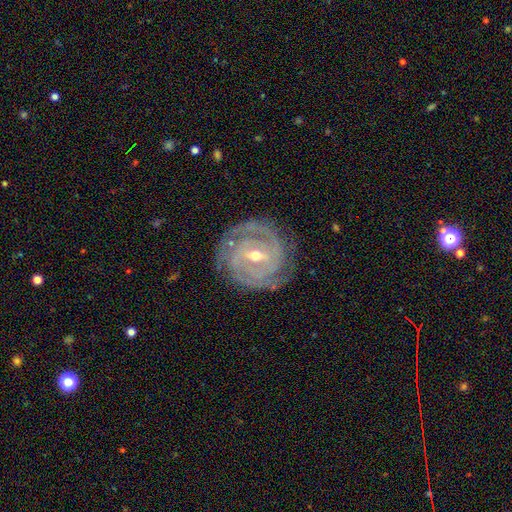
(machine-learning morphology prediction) Q: Smooth or featured?
A: featured or disk (90%); runner-up: smooth (5%)
Q: Edge-on disk?
A: no (97%); runner-up: yes (3%)
Q: Bar?
A: weak (48%); runner-up: strong (34%)
Q: Spiral arms?
A: yes (98%); runner-up: no (2%)
Q: Spiral winding?
A: tight (80%); runner-up: medium (17%)
Q: Spiral arm count?
A: 2 (49%); runner-up: 3 (20%)
Q: Bulge size?
A: moderate (52%); runner-up: small (45%)
Q: Merging?
A: none (82%); runner-up: minor disturbance (13%)